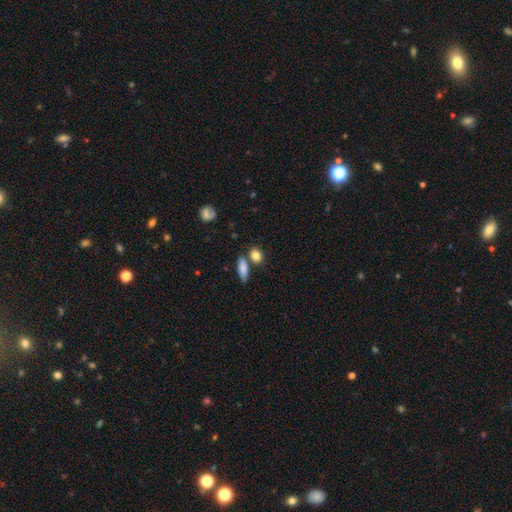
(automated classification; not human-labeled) Smooth or featured? smooth (84%)
How rounded? in between (65%)
Merging? none (63%)